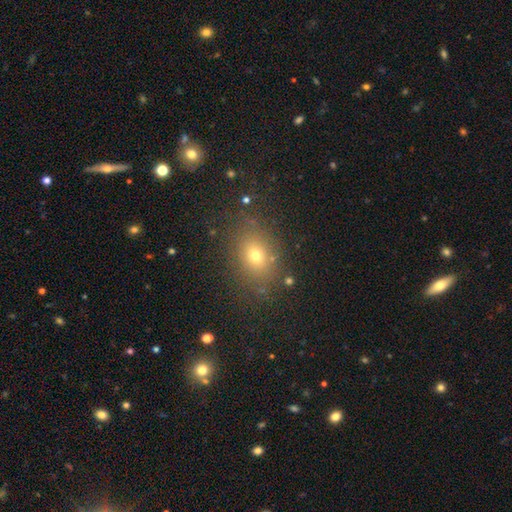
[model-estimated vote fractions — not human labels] Morphology: type=smooth (69%); roundness=in between (65%); merging=none (81%).